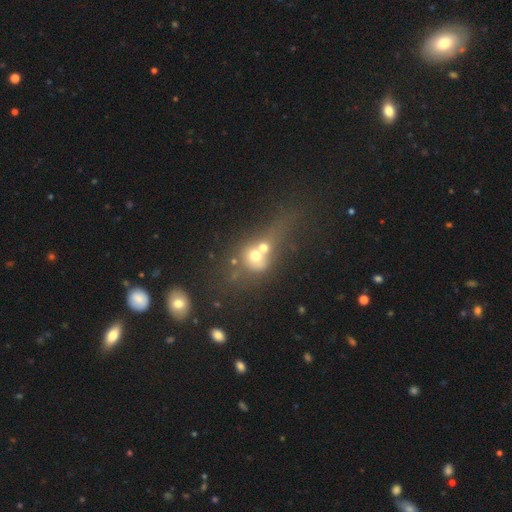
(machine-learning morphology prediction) Q: Smooth or featured?
A: smooth (56%); runner-up: featured or disk (28%)
Q: How rounded?
A: round (68%); runner-up: in between (29%)
Q: Merging?
A: merger (66%); runner-up: none (18%)